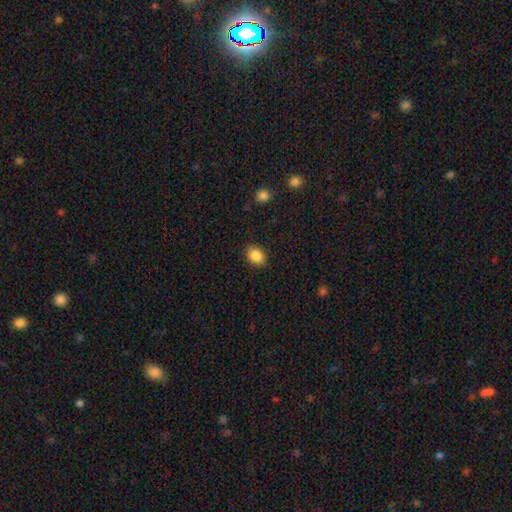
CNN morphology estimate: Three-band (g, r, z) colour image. It shows a smooth galaxy with no disk features (88%) that is in between round and cigar-shaped (68%). Merging: none (87%).